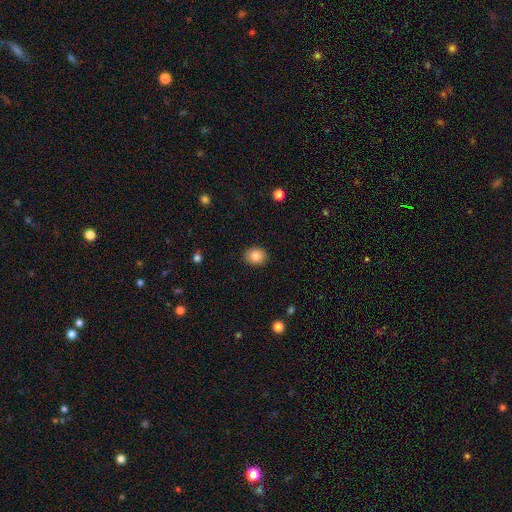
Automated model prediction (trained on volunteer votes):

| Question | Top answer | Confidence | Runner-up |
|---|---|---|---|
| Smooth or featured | smooth | 86% | star or artifact (9%) |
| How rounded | round | 55% | in between (44%) |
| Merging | none | 90% | minor disturbance (7%) |